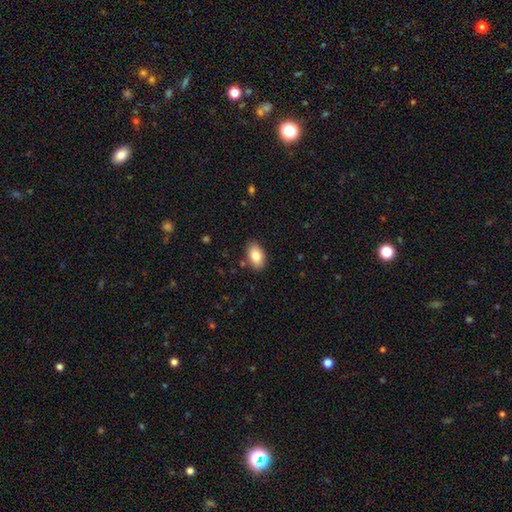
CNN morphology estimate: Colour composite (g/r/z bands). It shows a smooth galaxy with no disk features (83%) that is in between round and cigar-shaped (91%). Merging: none (88%).